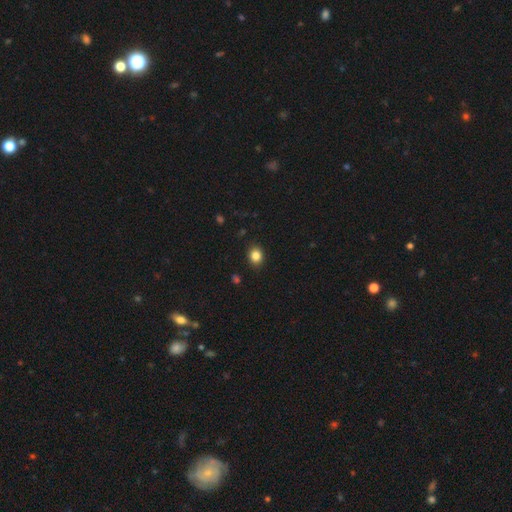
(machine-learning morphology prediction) Smooth or featured?
  - smooth: 85% *
  - star or artifact: 10%
  - featured or disk: 5%
How rounded?
  - round: 58% *
  - in between: 41%
  - cigar-shaped: 1%
Merging?
  - none: 89% *
  - minor disturbance: 8%
  - major disturbance: 2%
  - merger: 1%